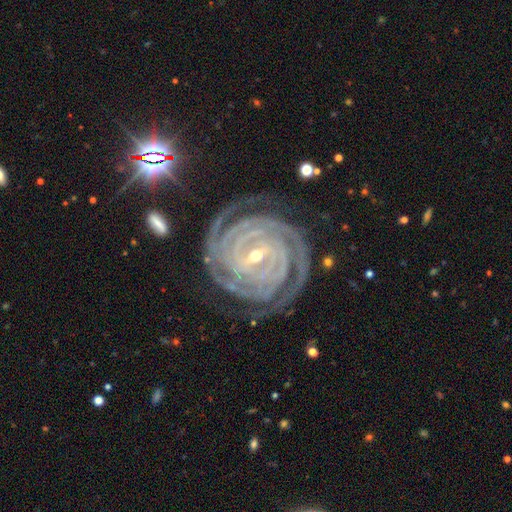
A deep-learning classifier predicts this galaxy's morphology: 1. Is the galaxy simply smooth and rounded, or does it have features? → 93% featured or disk, 4% star or artifact, 2% smooth.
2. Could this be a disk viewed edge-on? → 97% no, 3% yes.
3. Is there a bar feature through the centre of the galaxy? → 50% strong, 37% weak, 13% no.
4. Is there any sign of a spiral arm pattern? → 99% yes, 1% no.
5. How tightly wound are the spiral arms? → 90% tight, 9% medium, 1% loose.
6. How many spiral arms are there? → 28% 4, 20% 2, 20% 3, 13% more than 4, 13% can't tell, 7% 1.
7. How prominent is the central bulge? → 66% small, 32% moderate, 1% large, 1% none, 1% dominant.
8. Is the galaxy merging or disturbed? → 81% none, 13% minor disturbance, 4% major disturbance, 2% merger.